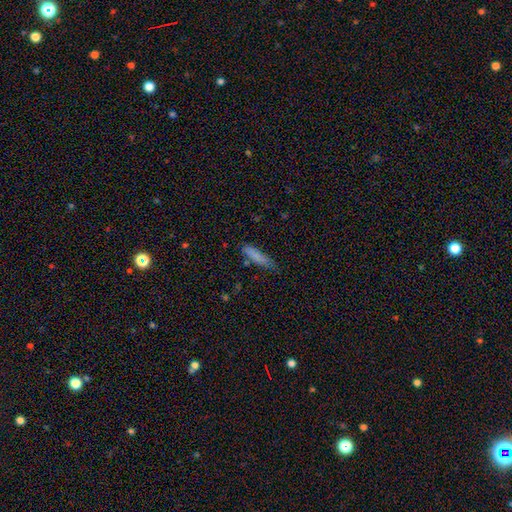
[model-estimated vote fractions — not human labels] This is clearly a smooth galaxy (80%). How rounded: likely cigar-shaped (69%). Merging: possibly none (59%).